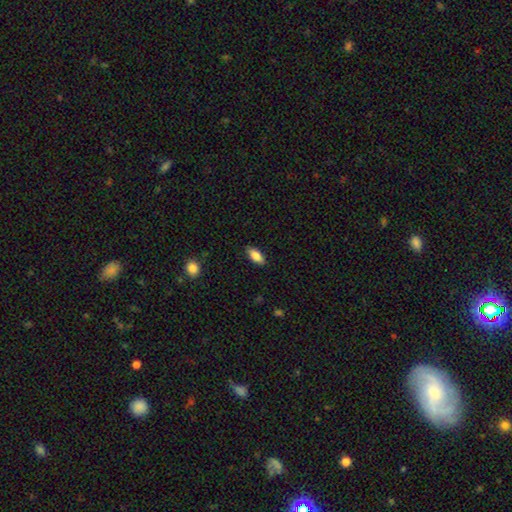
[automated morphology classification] A smooth galaxy with no disk features (83%) that is in between round and cigar-shaped (84%).

Vote fractions:
- Smooth or featured? smooth: 83% / featured or disk: 11% / star or artifact: 7%
- How rounded? in between: 84% / cigar-shaped: 14% / round: 3%
- Merging? none: 87% / minor disturbance: 10% / major disturbance: 2% / merger: 1%